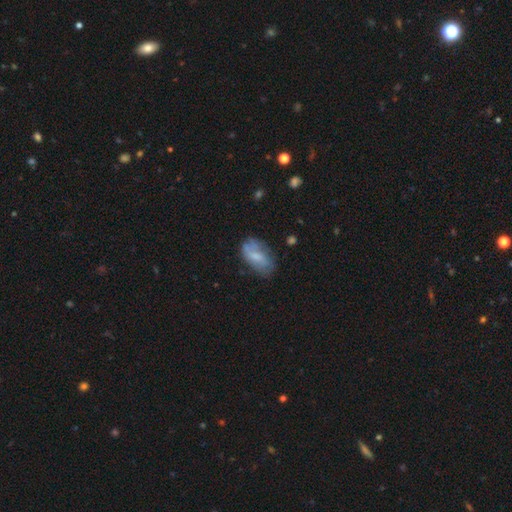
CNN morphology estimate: A smooth galaxy with no disk features (61%) that is in between round and cigar-shaped (92%).

Vote fractions:
- Smooth or featured? smooth: 61% / featured or disk: 32% / star or artifact: 8%
- How rounded? in between: 92% / round: 4% / cigar-shaped: 4%
- Merging? none: 59% / minor disturbance: 28% / major disturbance: 11% / merger: 2%